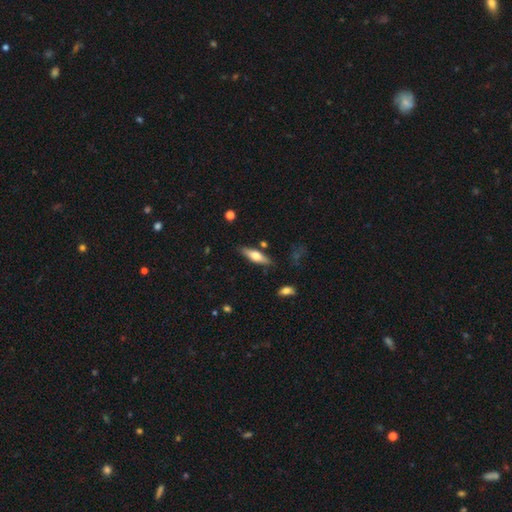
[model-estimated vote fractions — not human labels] smooth_or_featured: smooth (p=0.52) [alt: featured or disk p=0.41]
how_rounded: cigar-shaped (p=0.56) [alt: in between p=0.42]
merging: none (p=0.82) [alt: minor disturbance p=0.12]